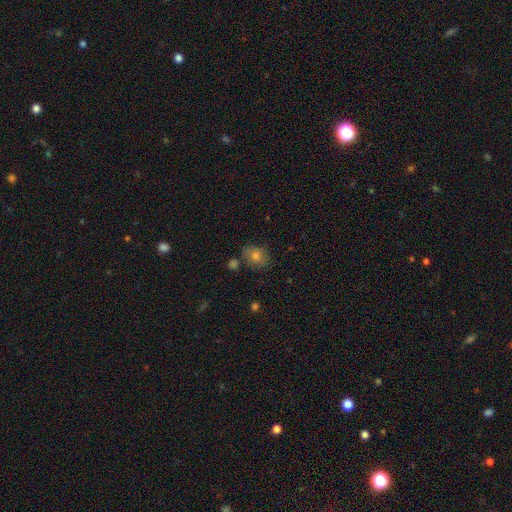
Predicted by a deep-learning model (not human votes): This is likely a smooth galaxy (69%). How rounded: possibly in between (54%). Merging: likely none (75%).